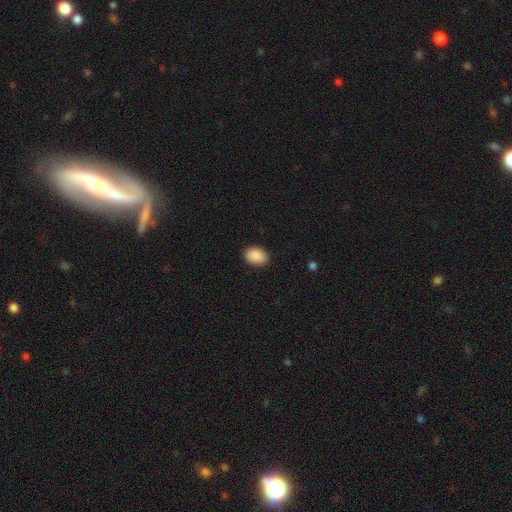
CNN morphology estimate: Smooth or featured? Predicted: smooth (p=0.90). How rounded? Predicted: in between (p=0.78). Merging? Predicted: none (p=0.89).